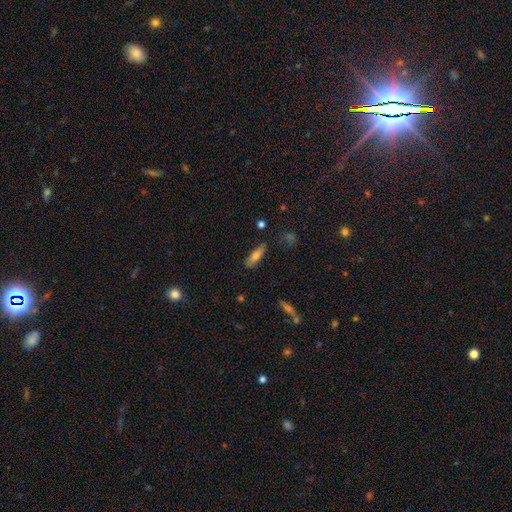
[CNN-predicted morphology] smooth_or_featured: smooth (p=0.72) [alt: featured or disk p=0.20]
how_rounded: cigar-shaped (p=0.53) [alt: in between p=0.44]
merging: none (p=0.72) [alt: minor disturbance p=0.20]